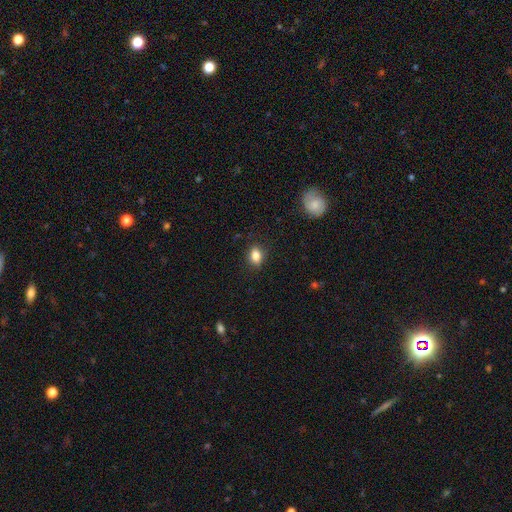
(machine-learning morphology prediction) A smooth galaxy with no disk features (83%) that is in between round and cigar-shaped (71%). Merging: none (85%).